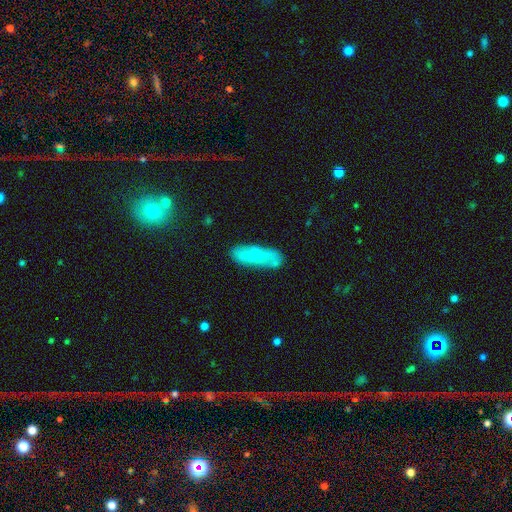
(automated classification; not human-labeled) Morphology: type=smooth (75%); roundness=cigar-shaped (54%); merging=none (71%).